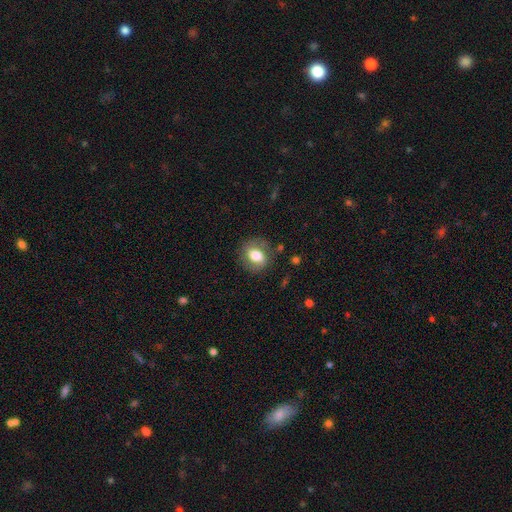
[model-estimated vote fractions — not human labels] smooth-or-featured: smooth: 71% | featured or disk: 21% | star or artifact: 8%
  how-rounded: in between: 53% | round: 45% | cigar-shaped: 1%
  merging: none: 76% | minor disturbance: 16% | major disturbance: 6% | merger: 2%